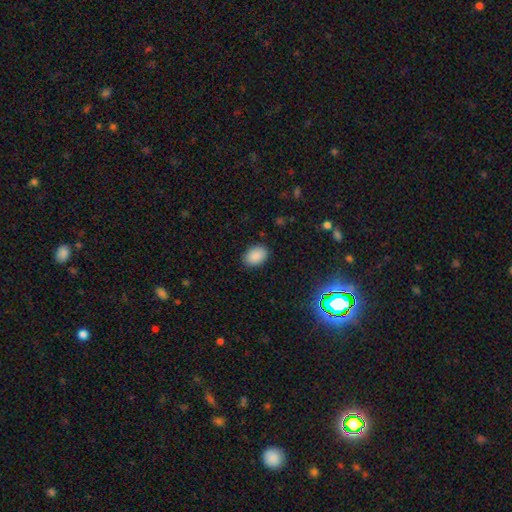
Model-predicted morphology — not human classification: The model was most divided on "how rounded": in between: 84%, round: 15%, cigar-shaped: 1%. More confident: smooth or featured — smooth (89%); merging — none (88%).